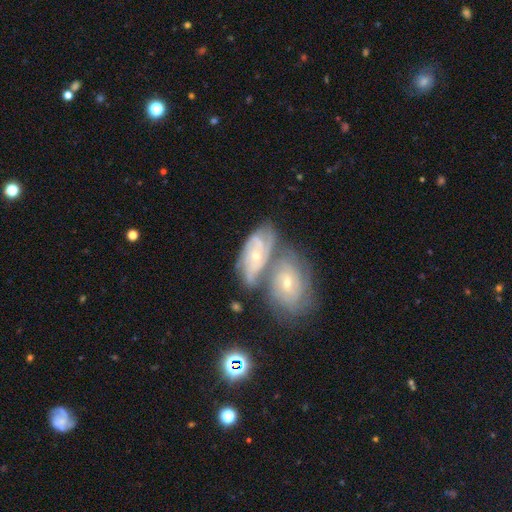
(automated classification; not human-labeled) Smooth or featured? featured or disk (77%)
Edge-on disk? no (94%)
Bar? no (66%)
Spiral arms? yes (92%)
Spiral winding? tight (64%)
Spiral arm count? can't tell (34%)
Bulge size? small (65%)
Merging? merger (51%)